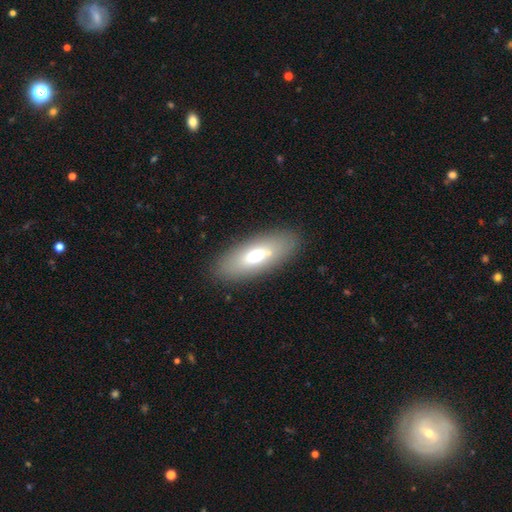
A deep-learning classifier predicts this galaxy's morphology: Smooth or featured?
  - smooth: 64% *
  - featured or disk: 28%
  - star or artifact: 8%
How rounded?
  - in between: 75% *
  - cigar-shaped: 22%
  - round: 3%
Merging?
  - none: 84% *
  - minor disturbance: 10%
  - major disturbance: 3%
  - merger: 3%